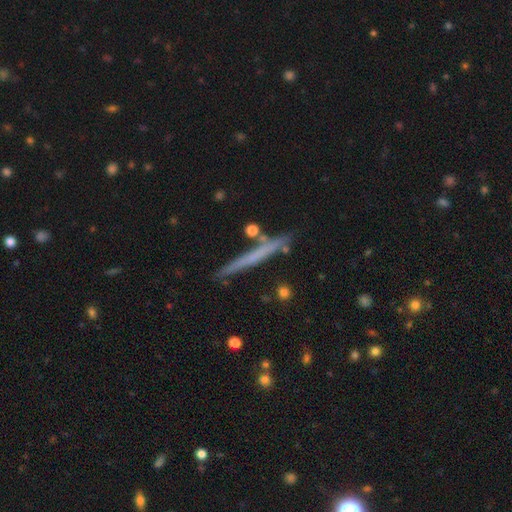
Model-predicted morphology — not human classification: Smooth or featured?
  - smooth: 48% *
  - featured or disk: 45%
  - star or artifact: 7%
Merging?
  - none: 84% *
  - minor disturbance: 10%
  - merger: 4%
  - major disturbance: 2%